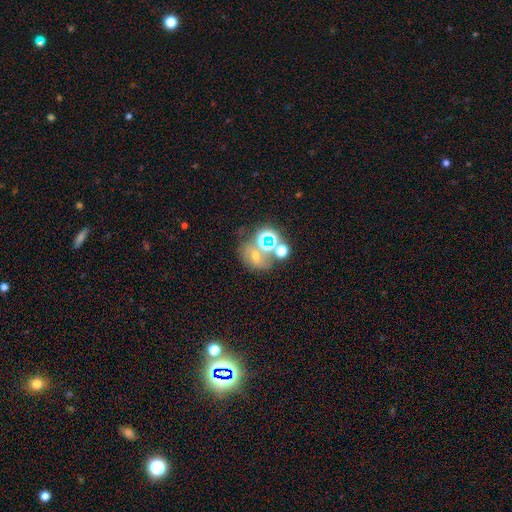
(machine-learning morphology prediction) This is marginally a star or artifact rather than a galaxy (39%).